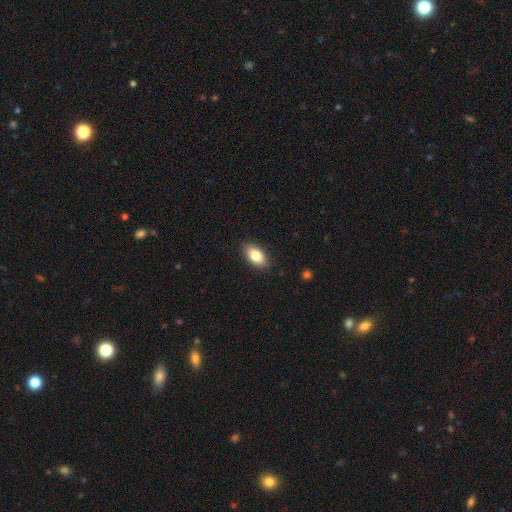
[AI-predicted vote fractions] This appears to be a smooth galaxy with no disk features (83%) that is in between round and cigar-shaped (92%). Merging: none (87%).